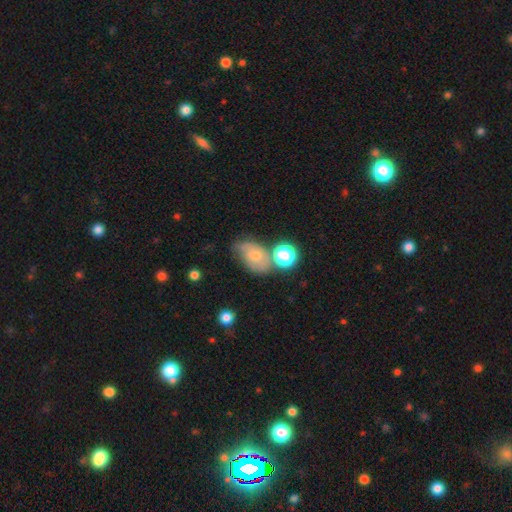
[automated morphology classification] Smooth or featured?
  - smooth: 59% *
  - featured or disk: 29%
  - star or artifact: 12%
How rounded?
  - in between: 78% *
  - round: 20%
  - cigar-shaped: 2%
Merging?
  - none: 37% *
  - minor disturbance: 27%
  - merger: 23%
  - major disturbance: 13%